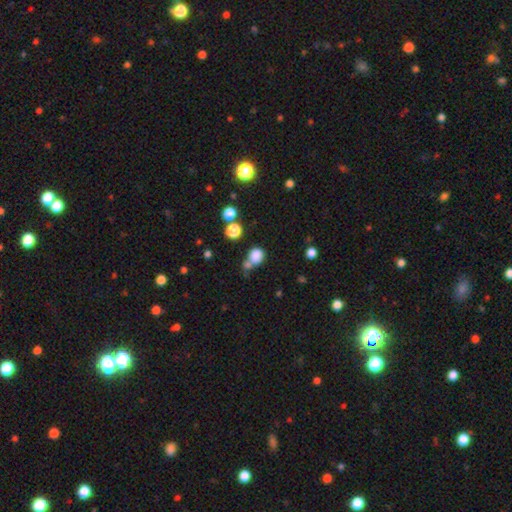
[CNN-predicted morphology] This appears to be a smooth galaxy with no disk features (81%) that is round (78%). Merging: none (49%).